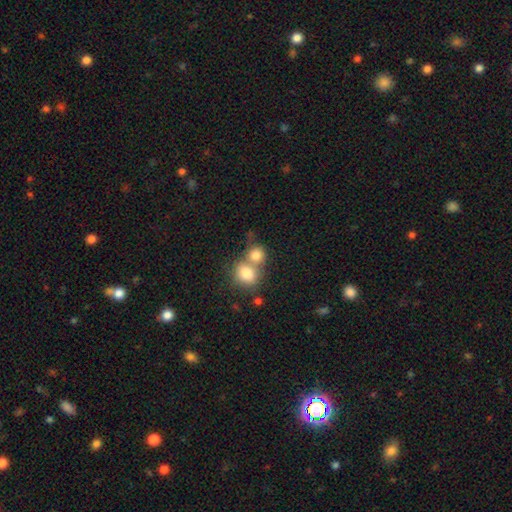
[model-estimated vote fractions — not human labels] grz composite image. It shows a smooth galaxy with no disk features (80%) that is round (72%). Merging: merger (57%).